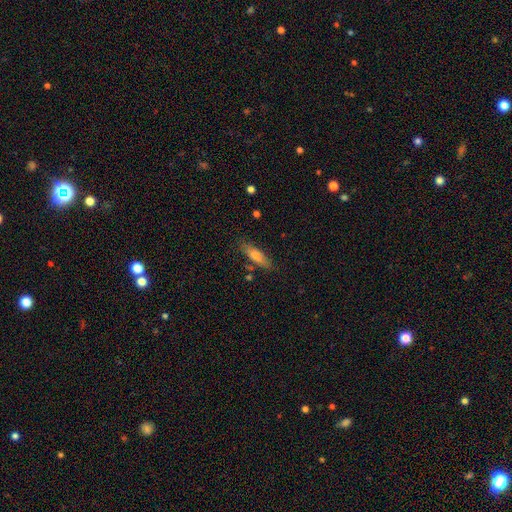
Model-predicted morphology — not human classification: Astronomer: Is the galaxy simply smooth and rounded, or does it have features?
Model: smooth — 77%.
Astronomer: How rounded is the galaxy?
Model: cigar-shaped — 57% (runner-up: in between, 42%).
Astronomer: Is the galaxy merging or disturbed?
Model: none — 77%.